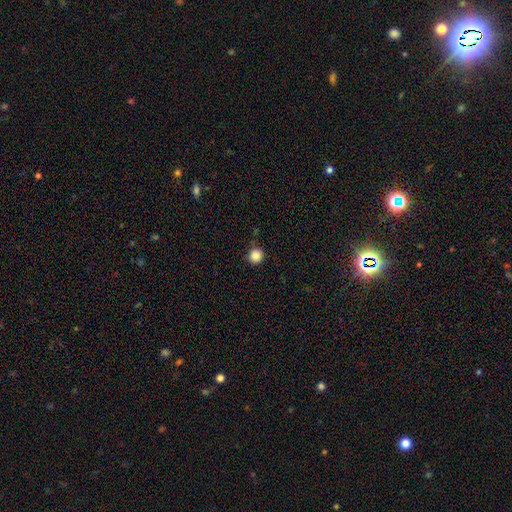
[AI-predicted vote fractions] Smooth or featured? smooth (87%)
How rounded? round (94%)
Merging? none (85%)